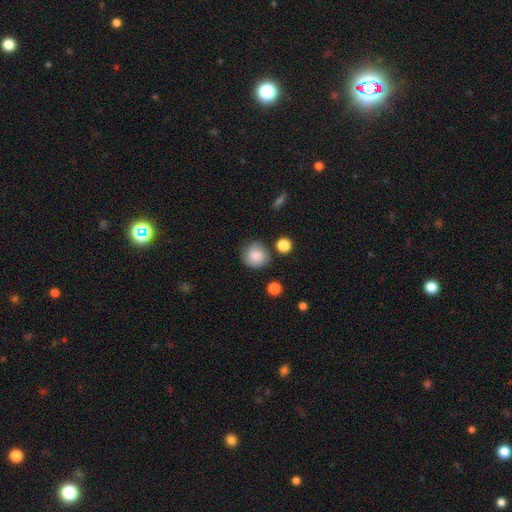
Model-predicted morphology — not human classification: smooth-or-featured: smooth: 73% | featured or disk: 18% | star or artifact: 9%
  how-rounded: round: 86% | in between: 13% | cigar-shaped: 1%
  merging: none: 70% | minor disturbance: 19% | major disturbance: 6% | merger: 4%